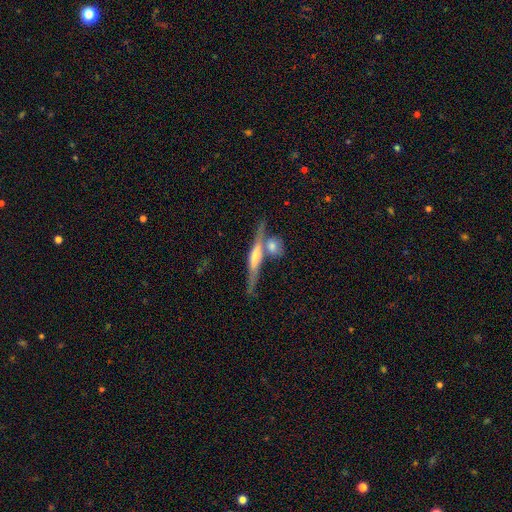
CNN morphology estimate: This is likely a featured or disk galaxy (67%). It is clearly viewed edge-on (92%). Edge-on bulge: possibly rounded (59%). Merging: possibly none (54%).